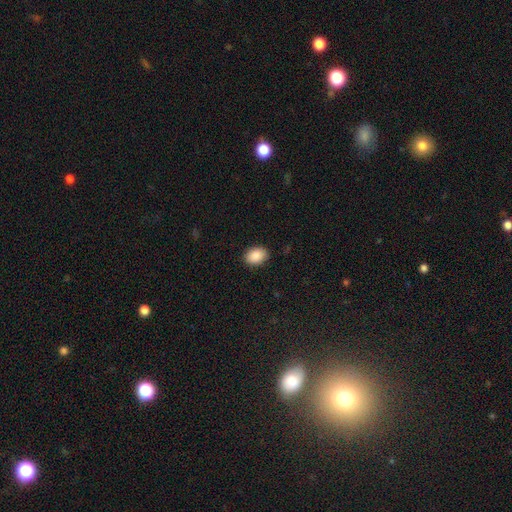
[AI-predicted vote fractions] A smooth galaxy with no disk features (89%) that is in between round and cigar-shaped (79%). Merging: none (89%).